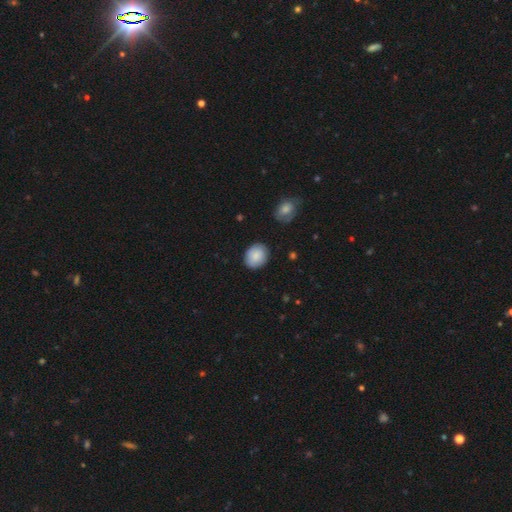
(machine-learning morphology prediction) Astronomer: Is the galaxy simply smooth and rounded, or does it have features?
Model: smooth — 86%.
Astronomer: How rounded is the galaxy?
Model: round — 56% (runner-up: in between, 43%).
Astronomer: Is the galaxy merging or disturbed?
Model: none — 84%.